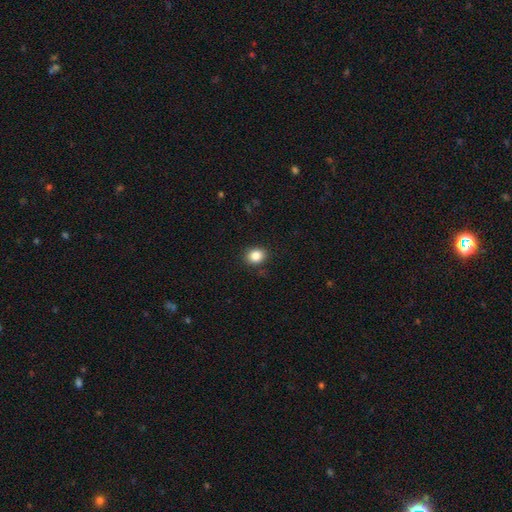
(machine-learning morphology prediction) Smooth or featured? Predicted: smooth (p=0.85). How rounded? Predicted: round (p=0.59). Merging? Predicted: none (p=0.88).